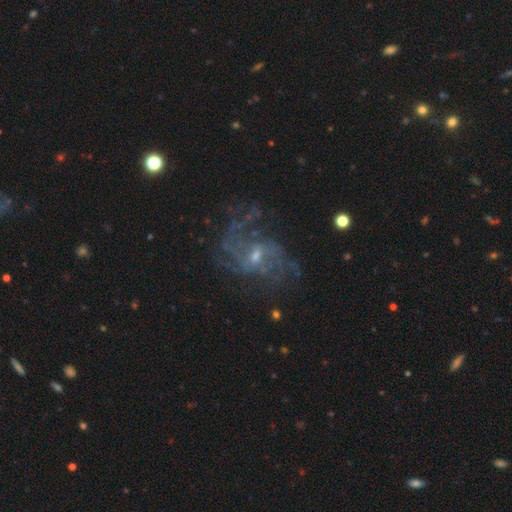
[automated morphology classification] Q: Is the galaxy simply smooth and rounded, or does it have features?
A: featured or disk — 73%.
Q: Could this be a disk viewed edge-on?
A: no — 97%.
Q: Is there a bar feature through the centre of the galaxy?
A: no — 54%.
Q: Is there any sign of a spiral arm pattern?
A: yes — 89%.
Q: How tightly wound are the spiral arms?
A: medium — 43%.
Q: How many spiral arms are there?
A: can't tell — 30%.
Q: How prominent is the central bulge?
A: small — 63%.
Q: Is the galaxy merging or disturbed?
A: none — 61%.